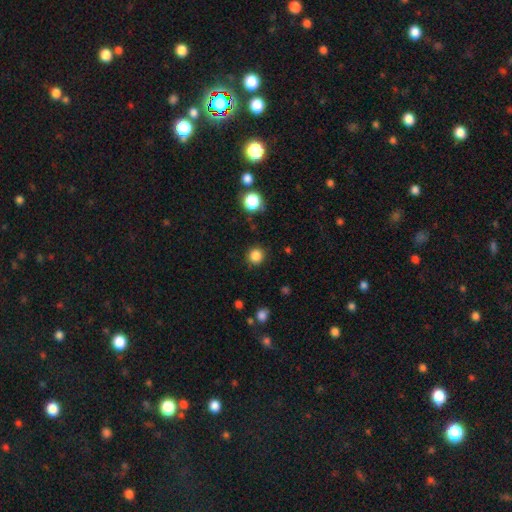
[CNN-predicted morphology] Smooth or featured: smooth — 84% (star or artifact — 12%)
How rounded: round — 92% (in between — 7%)
Merging: none — 89% (minor disturbance — 7%)